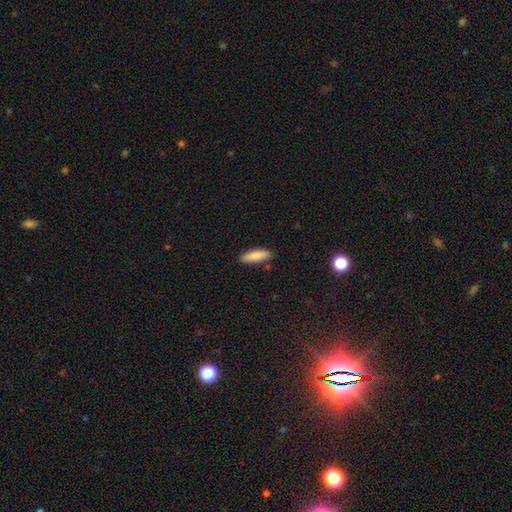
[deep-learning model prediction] smooth-or-featured: smooth: 84% | featured or disk: 10% | star or artifact: 6%
  how-rounded: cigar-shaped: 50% | in between: 49% | round: 2%
  merging: none: 86% | minor disturbance: 10% | merger: 2% | major disturbance: 2%